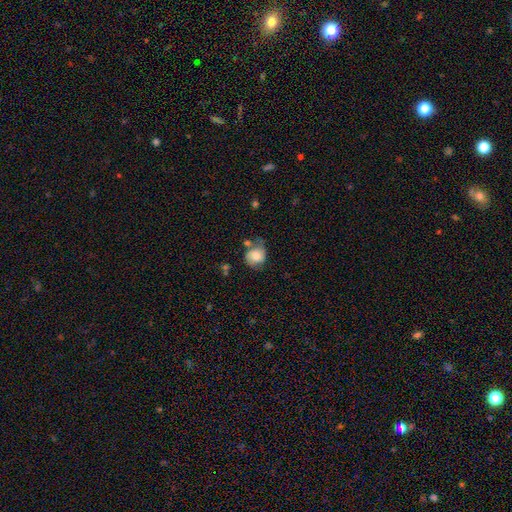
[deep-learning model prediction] Smooth or featured: smooth — 73% (featured or disk — 19%)
How rounded: round — 71% (in between — 28%)
Merging: none — 50% (minor disturbance — 29%)